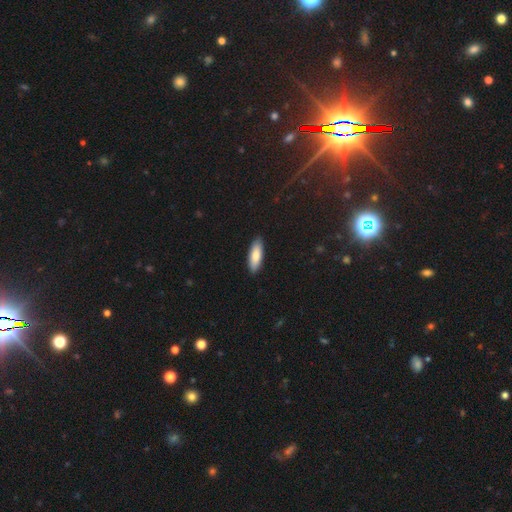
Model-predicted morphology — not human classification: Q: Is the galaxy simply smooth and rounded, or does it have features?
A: smooth — 82%.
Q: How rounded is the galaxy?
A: in between — 59%.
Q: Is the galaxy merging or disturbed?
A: none — 89%.